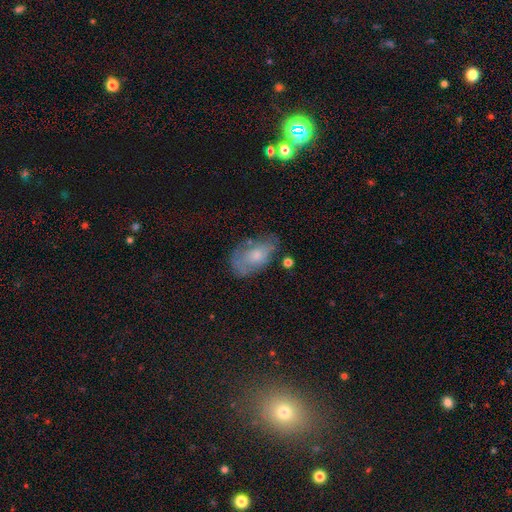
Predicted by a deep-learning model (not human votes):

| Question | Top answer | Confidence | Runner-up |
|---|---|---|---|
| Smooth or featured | smooth | 51% | featured or disk (39%) |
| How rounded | in between | 90% | round (8%) |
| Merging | none | 52% | minor disturbance (30%) |